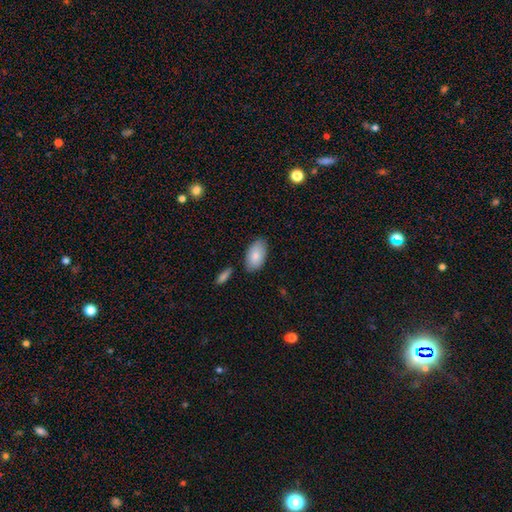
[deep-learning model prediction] Smooth or featured: smooth — 83% (featured or disk — 11%)
How rounded: in between — 95% (round — 4%)
Merging: none — 79% (minor disturbance — 15%)